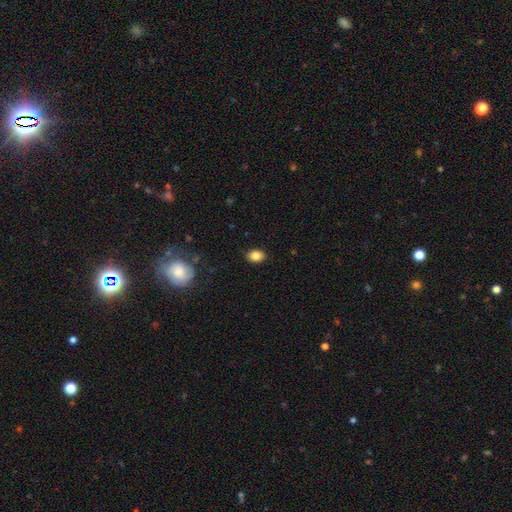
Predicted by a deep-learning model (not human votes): smooth 84%, star or artifact 9%, featured or disk 6%. Down the decision tree: how rounded — in between (73%); merging — none (87%).